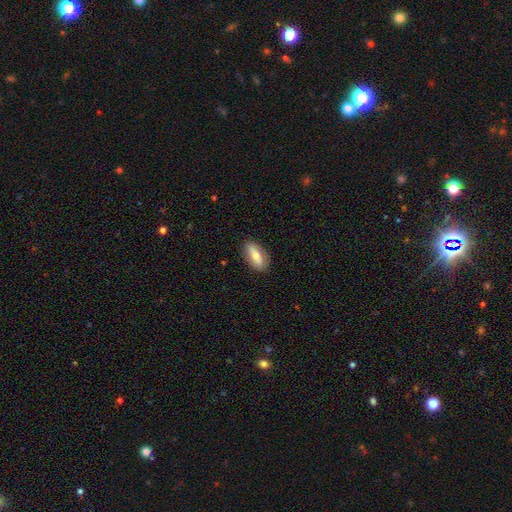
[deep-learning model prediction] This appears to be a smooth galaxy with no disk features (67%) that is in between round and cigar-shaped (78%). Merging: none (85%).